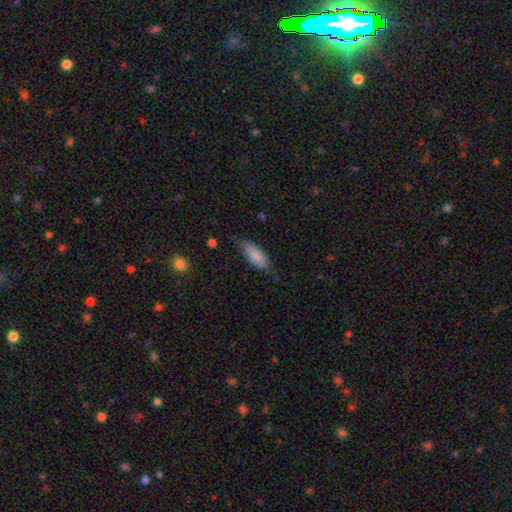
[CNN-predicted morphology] smooth 86%, featured or disk 8%, star or artifact 6%. Down the decision tree: how rounded — in between (74%); merging — none (72%).